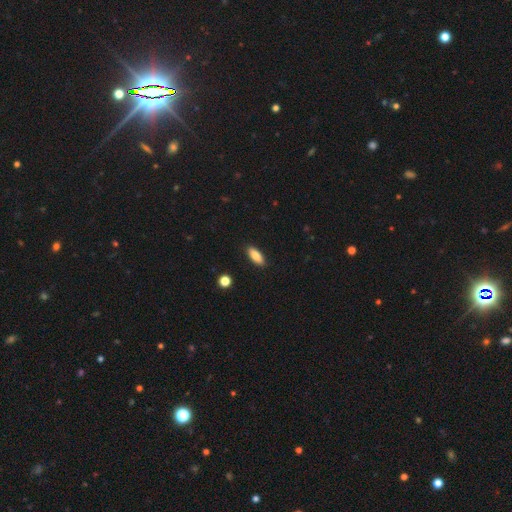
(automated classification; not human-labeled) smooth-or-featured: smooth: 83% | featured or disk: 10% | star or artifact: 7%
  how-rounded: in between: 78% | cigar-shaped: 20% | round: 2%
  merging: none: 89% | minor disturbance: 8% | major disturbance: 2% | merger: 1%